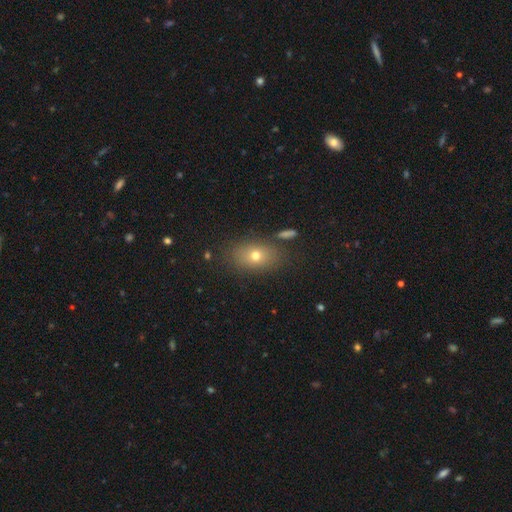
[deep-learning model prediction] A smooth galaxy with no disk features (71%) that is in between round and cigar-shaped (74%).

Vote fractions:
- Smooth or featured? smooth: 71% / featured or disk: 16% / star or artifact: 13%
- How rounded? in between: 74% / round: 25% / cigar-shaped: 2%
- Merging? none: 80% / minor disturbance: 11% / major disturbance: 4% / merger: 4%